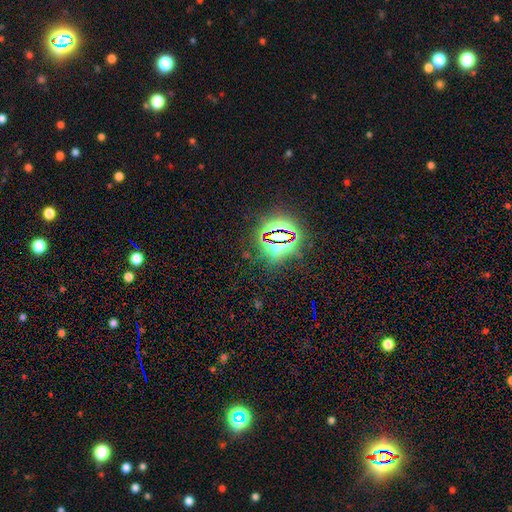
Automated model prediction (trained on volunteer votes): Overall: star or artifact (80%).